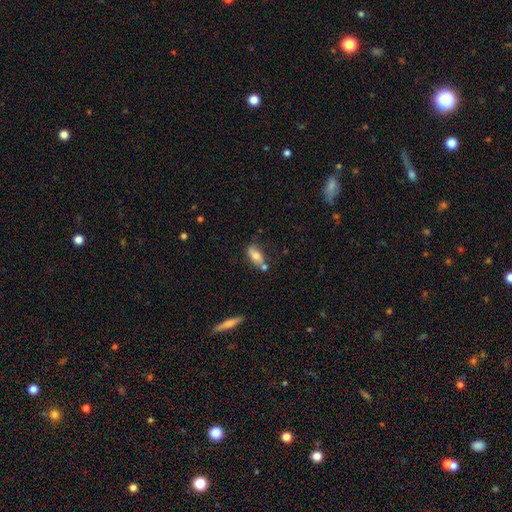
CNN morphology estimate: smooth-or-featured: smooth: 69% | featured or disk: 23% | star or artifact: 8%
  how-rounded: in between: 81% | cigar-shaped: 15% | round: 4%
  merging: none: 59% | minor disturbance: 18% | merger: 18% | major disturbance: 5%